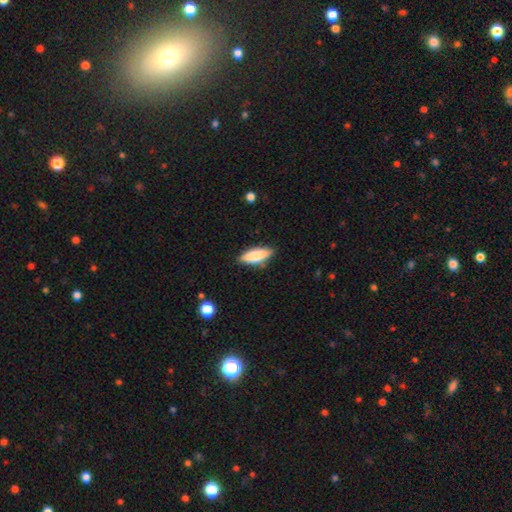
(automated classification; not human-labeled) smooth-or-featured: smooth: 79% | featured or disk: 15% | star or artifact: 6%
  how-rounded: in between: 64% | cigar-shaped: 34% | round: 2%
  merging: none: 86% | minor disturbance: 11% | major disturbance: 2% | merger: 2%